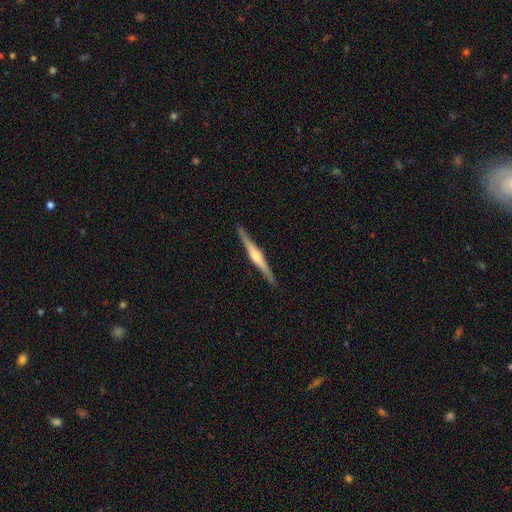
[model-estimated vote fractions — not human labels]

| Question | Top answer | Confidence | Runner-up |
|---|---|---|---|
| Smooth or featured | featured or disk | 77% | smooth (18%) |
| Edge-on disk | yes | 98% | no (2%) |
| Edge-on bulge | rounded | 84% | boxy (8%) |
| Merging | none | 91% | minor disturbance (7%) |